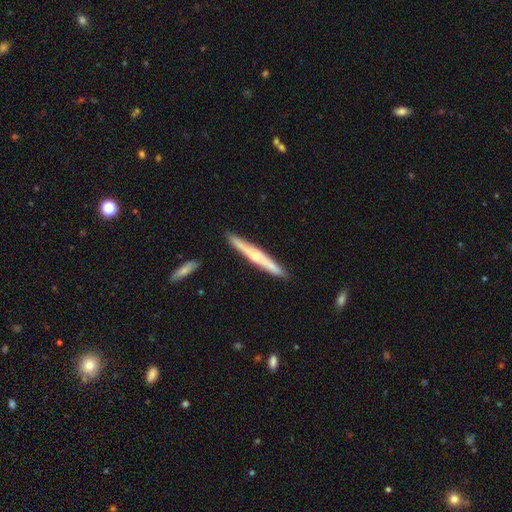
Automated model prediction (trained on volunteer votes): Smooth or featured? Predicted: featured or disk (p=0.62). Edge-on disk? Predicted: yes (p=0.96). Edge-on bulge? Predicted: rounded (p=0.77). Merging? Predicted: none (p=0.90).